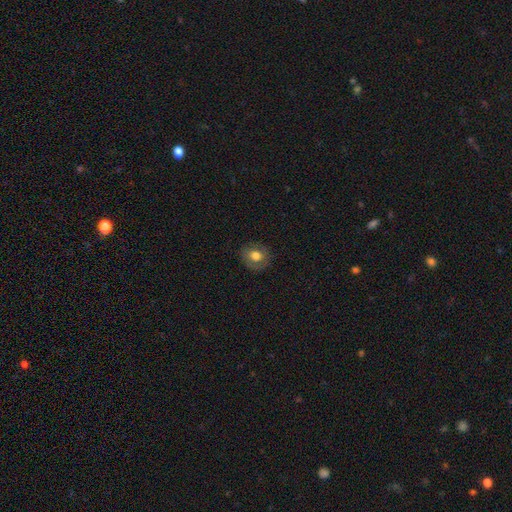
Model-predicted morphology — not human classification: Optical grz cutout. It shows a smooth galaxy with no disk features (67%) that is round (72%). Merging: none (81%).